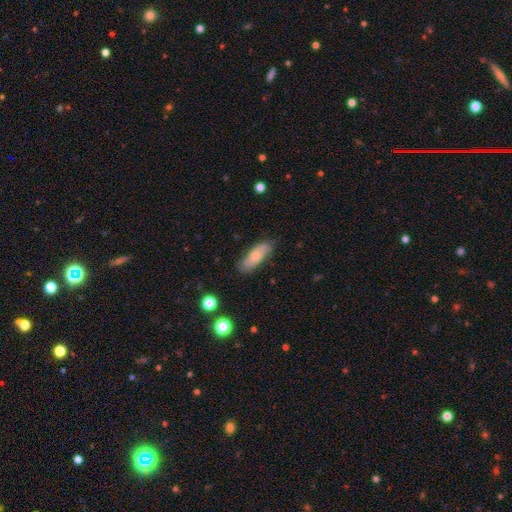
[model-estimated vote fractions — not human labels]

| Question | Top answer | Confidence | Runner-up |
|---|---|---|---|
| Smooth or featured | smooth | 56% | featured or disk (37%) |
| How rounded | in between | 73% | cigar-shaped (24%) |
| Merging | none | 78% | minor disturbance (17%) |